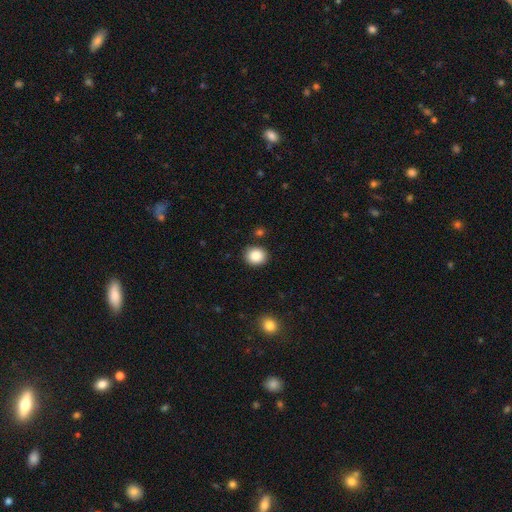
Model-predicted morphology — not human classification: smooth-or-featured: smooth: 86% | star or artifact: 9% | featured or disk: 5%
  how-rounded: round: 79% | in between: 20% | cigar-shaped: 1%
  merging: none: 89% | minor disturbance: 7% | merger: 2% | major disturbance: 2%